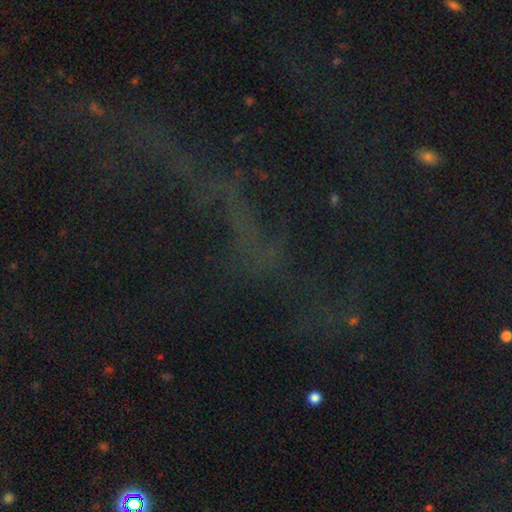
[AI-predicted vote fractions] Smooth or featured? star or artifact (64%)